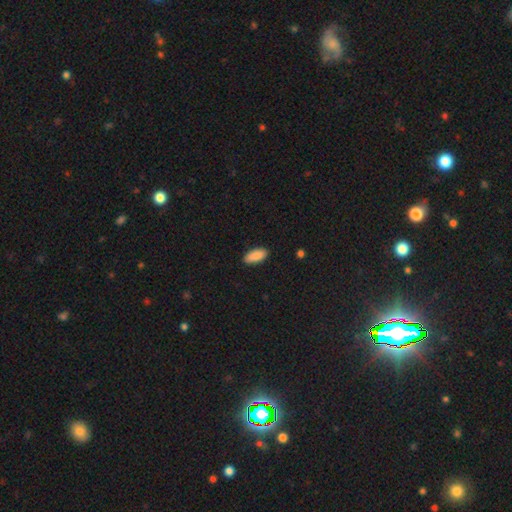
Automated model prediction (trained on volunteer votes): Q: Smooth or featured?
A: smooth (90%); runner-up: star or artifact (6%)
Q: How rounded?
A: in between (88%); runner-up: cigar-shaped (10%)
Q: Merging?
A: none (89%); runner-up: minor disturbance (8%)